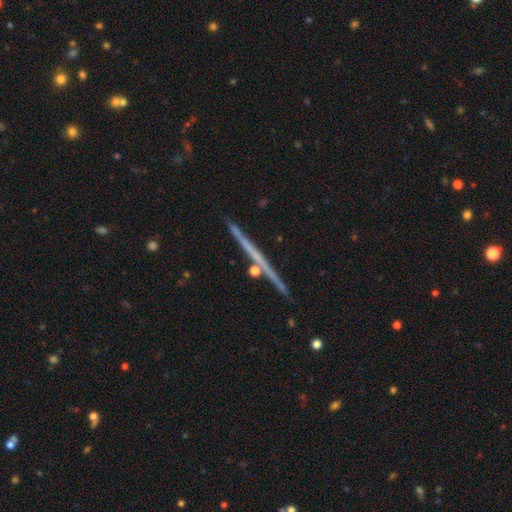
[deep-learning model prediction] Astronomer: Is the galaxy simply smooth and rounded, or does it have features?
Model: featured or disk — 74%.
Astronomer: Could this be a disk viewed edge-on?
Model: yes — 98%.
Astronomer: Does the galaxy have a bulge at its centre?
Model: none — 66%.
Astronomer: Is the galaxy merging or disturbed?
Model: none — 88%.